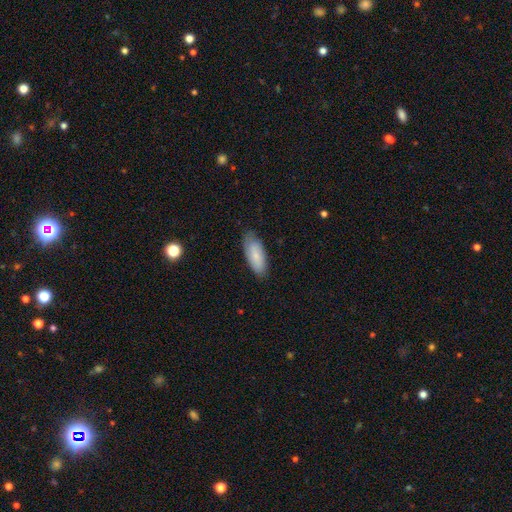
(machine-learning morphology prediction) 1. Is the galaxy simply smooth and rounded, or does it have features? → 78% smooth, 16% featured or disk, 6% star or artifact.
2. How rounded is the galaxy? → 79% in between, 19% cigar-shaped, 2% round.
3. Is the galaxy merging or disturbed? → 79% none, 17% minor disturbance, 3% major disturbance, 1% merger.